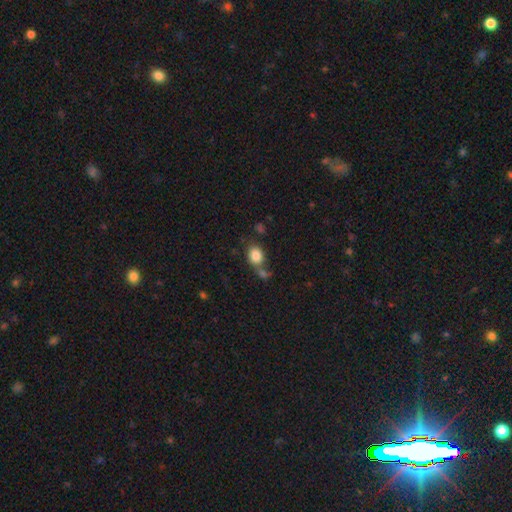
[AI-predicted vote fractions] The model was most divided on "how rounded": in between: 53%, round: 45%, cigar-shaped: 1%. More confident: smooth or featured — smooth (84%); merging — none (53%).